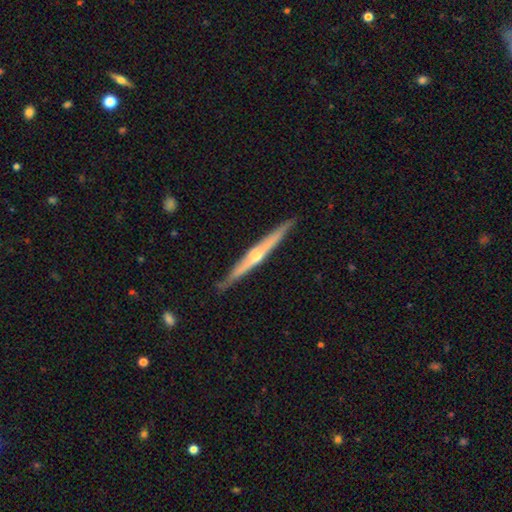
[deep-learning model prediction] This appears to be a featured or disk galaxy (78%) viewed edge-on (98%) with a rounded central bulge (86%). Merging: none (91%).